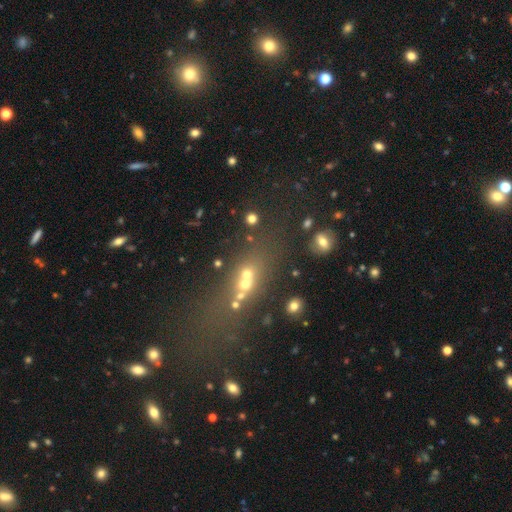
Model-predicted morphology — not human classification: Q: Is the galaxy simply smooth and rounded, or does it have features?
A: smooth — 40%.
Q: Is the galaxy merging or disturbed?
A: none — 55%.